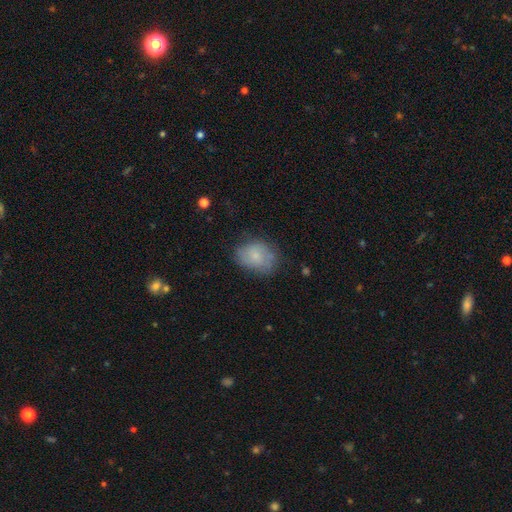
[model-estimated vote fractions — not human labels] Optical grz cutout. It shows a smooth galaxy with no disk features (68%) that is in between round and cigar-shaped (65%). Merging: none (65%).